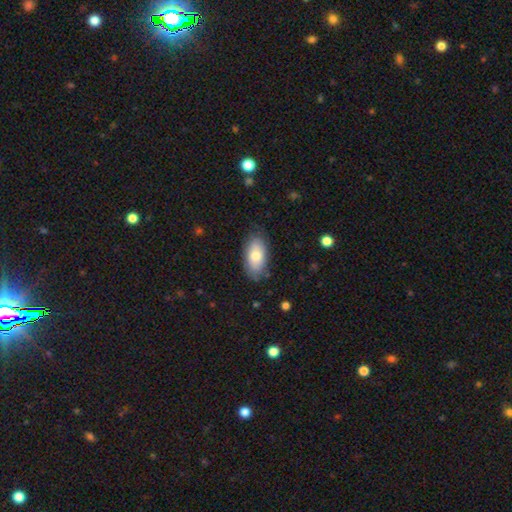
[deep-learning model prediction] Q: Smooth or featured?
A: smooth (74%); runner-up: featured or disk (19%)
Q: How rounded?
A: in between (92%); runner-up: cigar-shaped (4%)
Q: Merging?
A: none (80%); runner-up: minor disturbance (16%)